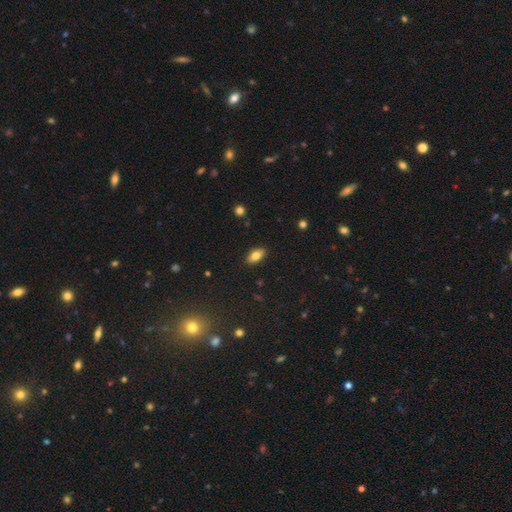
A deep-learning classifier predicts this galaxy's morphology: This is likely a smooth galaxy (79%). How rounded: clearly in between (89%). Merging: clearly none (89%).